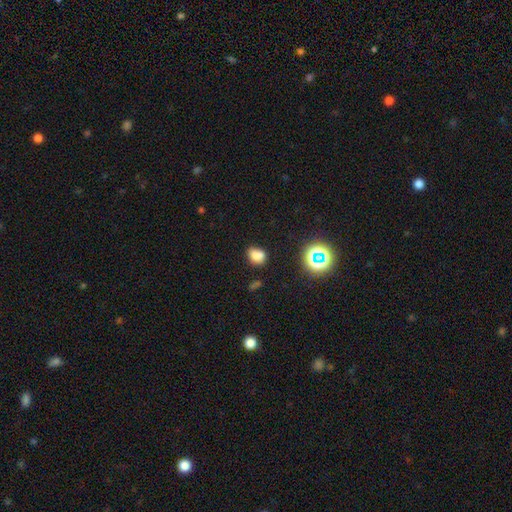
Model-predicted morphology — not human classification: Smooth or featured? Predicted: smooth (p=0.74). How rounded? Predicted: in between (p=0.53). Merging? Predicted: none (p=0.56).